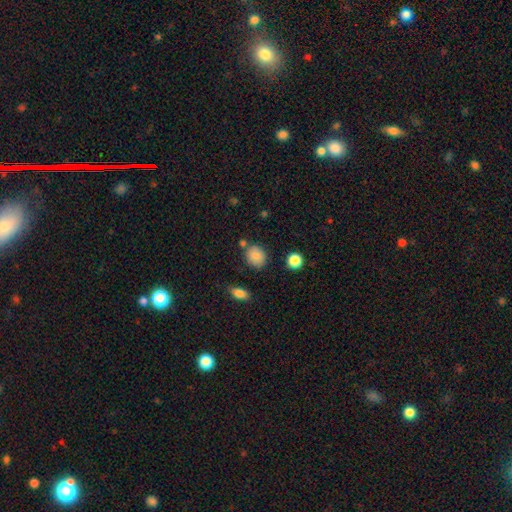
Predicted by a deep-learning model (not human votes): Morphology: type=smooth (85%); roundness=round (63%); merging=none (76%).